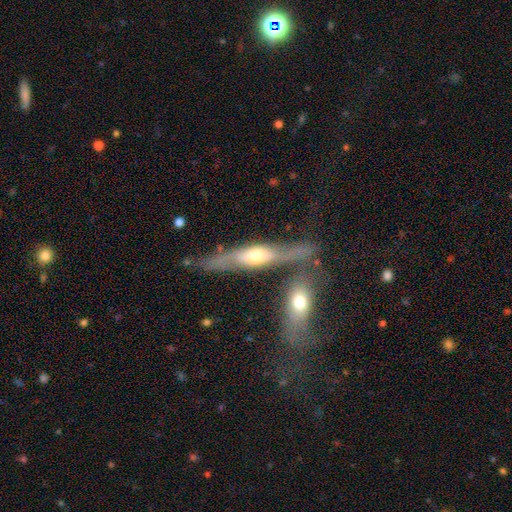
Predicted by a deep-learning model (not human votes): Smooth or featured? featured or disk (64%)
Edge-on disk? yes (78%)
Merging? none (59%)